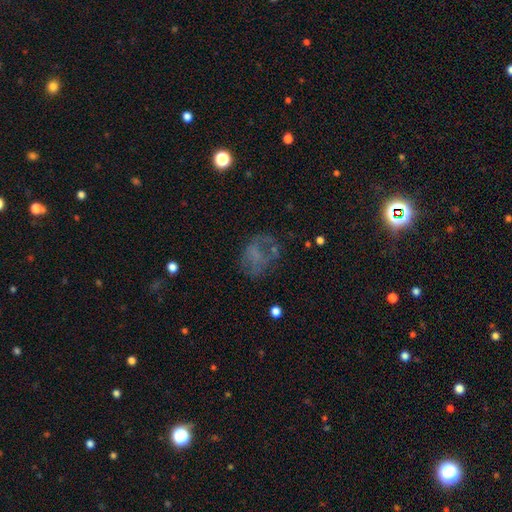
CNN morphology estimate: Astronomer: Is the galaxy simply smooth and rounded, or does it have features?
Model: featured or disk — 41% (runner-up: smooth, 40%).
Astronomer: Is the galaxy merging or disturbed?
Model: none — 47% (runner-up: major disturbance, 28%).